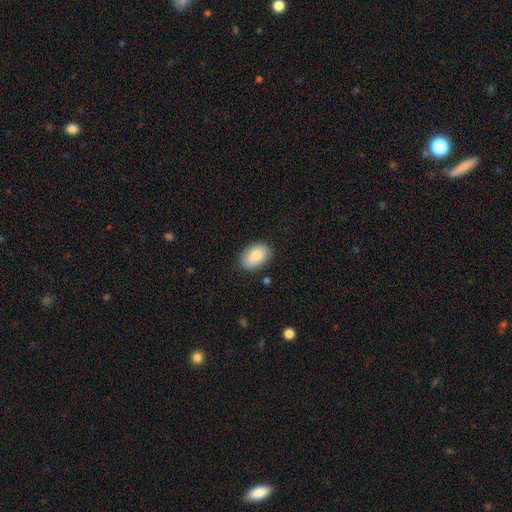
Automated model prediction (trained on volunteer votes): Smooth or featured?
  - smooth: 84% *
  - featured or disk: 9%
  - star or artifact: 7%
How rounded?
  - in between: 84% *
  - round: 15%
  - cigar-shaped: 1%
Merging?
  - none: 83% *
  - minor disturbance: 13%
  - major disturbance: 3%
  - merger: 2%